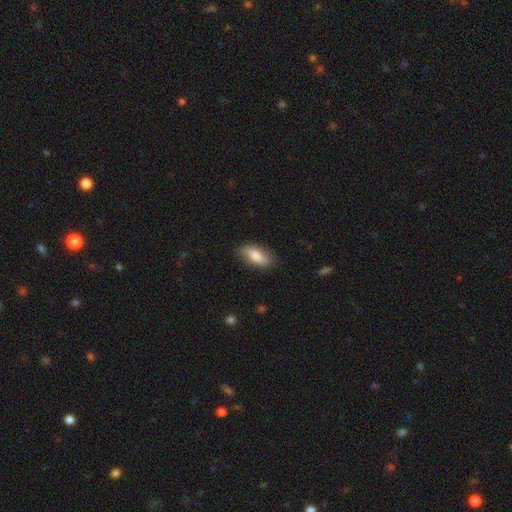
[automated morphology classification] Smooth or featured?
  - smooth: 78% *
  - featured or disk: 16%
  - star or artifact: 6%
How rounded?
  - in between: 86% *
  - cigar-shaped: 12%
  - round: 3%
Merging?
  - none: 83% *
  - minor disturbance: 13%
  - major disturbance: 3%
  - merger: 1%